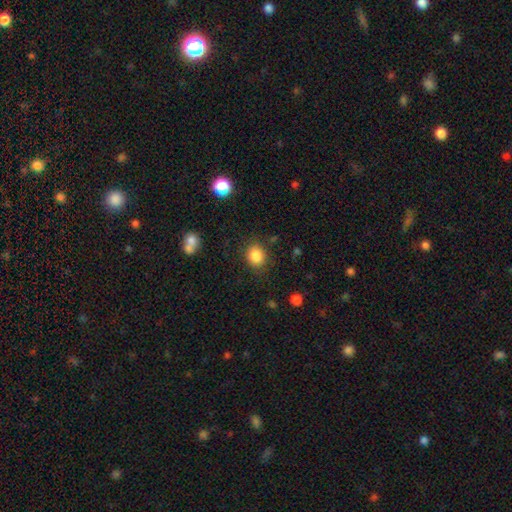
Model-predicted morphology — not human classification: A smooth galaxy with no disk features (85%) that is round (65%). Merging: none (83%).